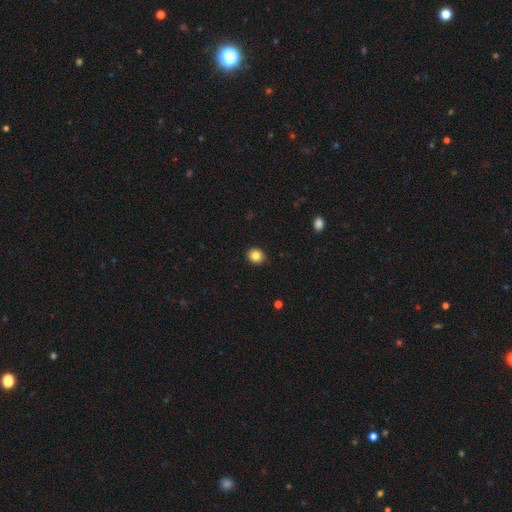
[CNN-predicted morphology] A smooth galaxy with no disk features (84%) that is round (80%).

Vote fractions:
- Smooth or featured? smooth: 84% / star or artifact: 10% / featured or disk: 6%
- How rounded? round: 80% / in between: 19% / cigar-shaped: 1%
- Merging? none: 91% / minor disturbance: 6% / major disturbance: 2% / merger: 1%